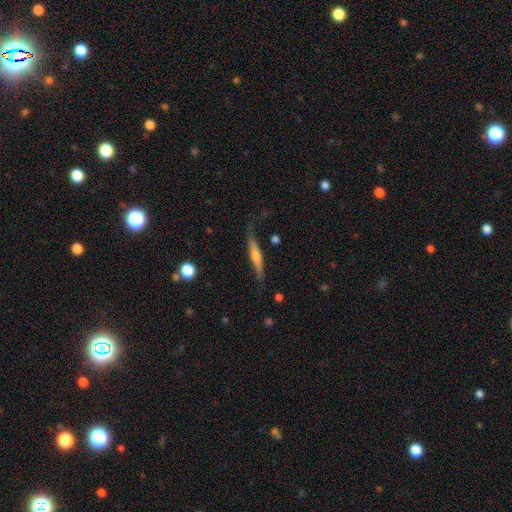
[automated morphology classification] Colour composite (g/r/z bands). It shows a featured or disk galaxy (63%) viewed edge-on (91%) with a rounded central bulge (70%). Merging: none (68%).